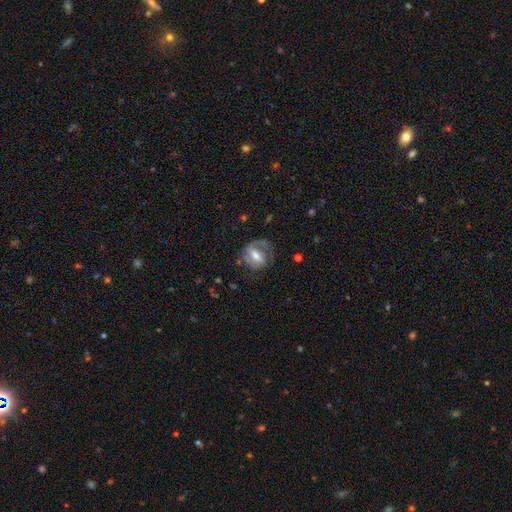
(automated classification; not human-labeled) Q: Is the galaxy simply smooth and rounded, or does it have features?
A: featured or disk — 71%.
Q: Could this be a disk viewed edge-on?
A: no — 96%.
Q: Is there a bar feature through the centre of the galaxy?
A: weak — 43%.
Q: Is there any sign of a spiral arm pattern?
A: yes — 82%.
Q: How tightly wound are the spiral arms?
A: medium — 42%.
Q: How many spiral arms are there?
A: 2 — 51%.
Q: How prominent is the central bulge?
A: moderate — 63%.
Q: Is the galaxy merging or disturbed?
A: none — 56%.